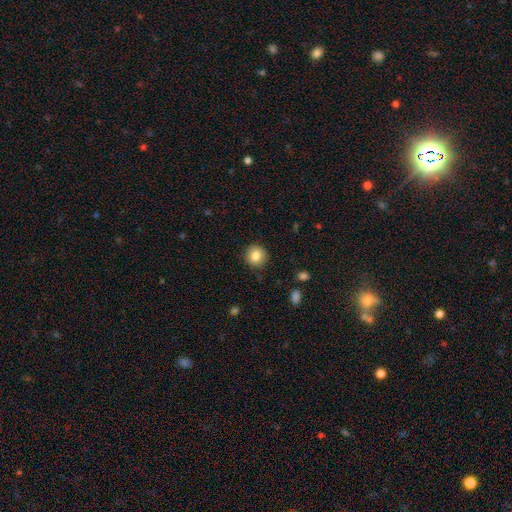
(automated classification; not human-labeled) Smooth or featured? smooth (84%)
How rounded? round (91%)
Merging? none (90%)